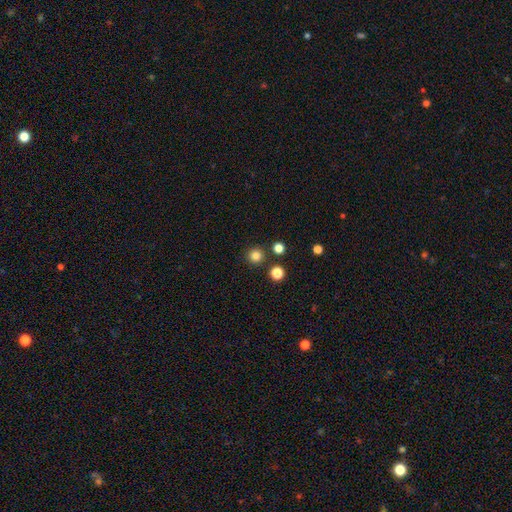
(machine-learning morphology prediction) Overall: smooth (82%). How rounded: round (95%). Merging: none (88%).